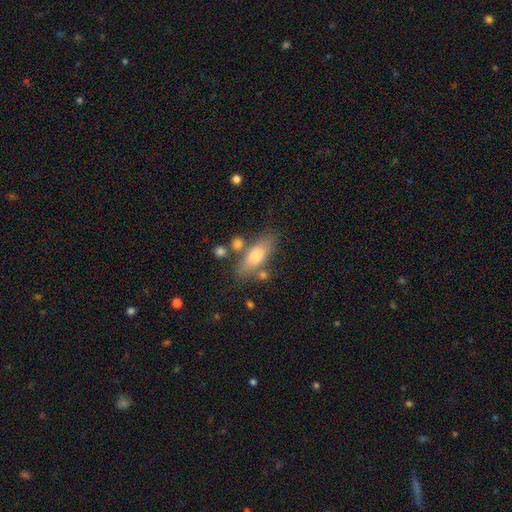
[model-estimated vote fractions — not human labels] smooth 67%, featured or disk 26%, star or artifact 7%. Down the decision tree: how rounded — in between (67%); merging — none (68%).